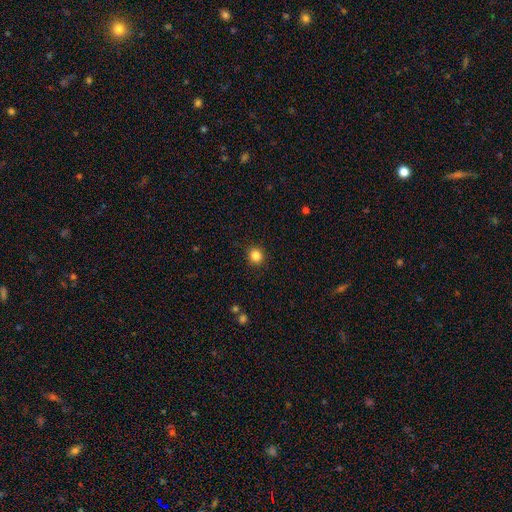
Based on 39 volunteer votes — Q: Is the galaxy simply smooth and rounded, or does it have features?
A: smooth — 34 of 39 (87%).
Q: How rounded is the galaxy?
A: round — 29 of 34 (85%).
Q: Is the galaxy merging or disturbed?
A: none — 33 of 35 (94%).